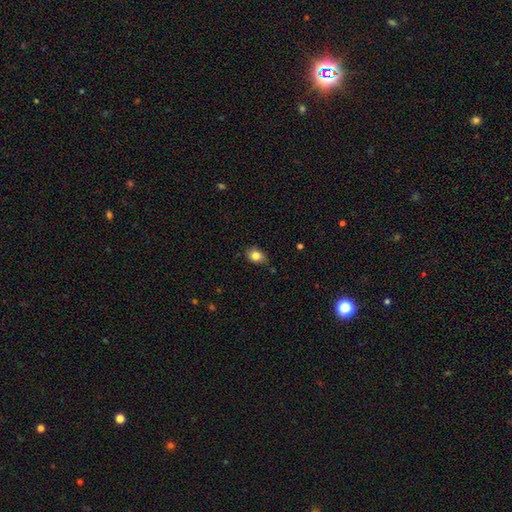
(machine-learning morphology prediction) smooth_or_featured: smooth (p=0.83) [alt: star or artifact p=0.10]
how_rounded: in between (p=0.58) [alt: round p=0.41]
merging: none (p=0.69) [alt: minor disturbance p=0.25]